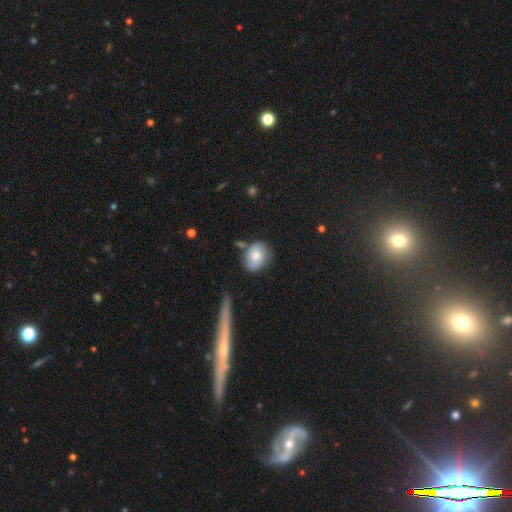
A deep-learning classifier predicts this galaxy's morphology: smooth-or-featured: smooth: 76% | featured or disk: 17% | star or artifact: 7%
  how-rounded: round: 53% | in between: 46% | cigar-shaped: 1%
  merging: none: 68% | minor disturbance: 19% | merger: 8% | major disturbance: 5%